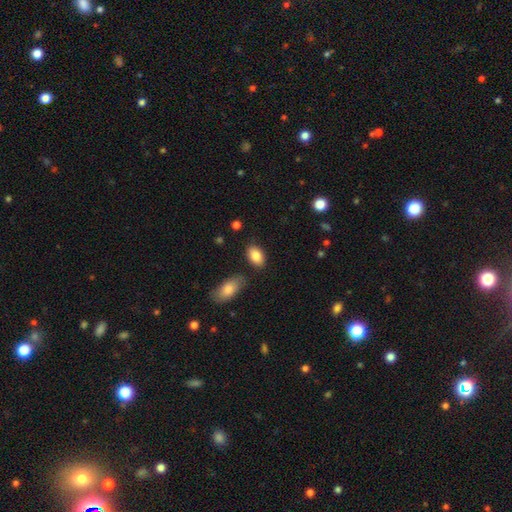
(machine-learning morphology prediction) The model was most divided on "merging": none: 81%, minor disturbance: 12%, merger: 4%, major disturbance: 3%. More confident: how rounded — in between (91%); smooth or featured — smooth (86%).